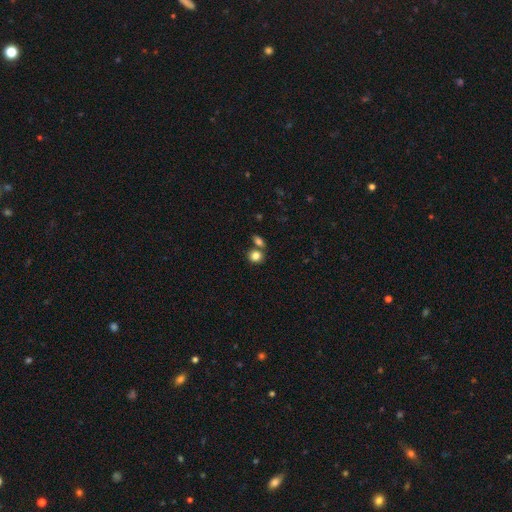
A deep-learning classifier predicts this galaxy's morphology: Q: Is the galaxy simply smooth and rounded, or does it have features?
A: smooth — 84%.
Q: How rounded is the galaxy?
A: round — 64%.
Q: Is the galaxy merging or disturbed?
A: none — 58%.